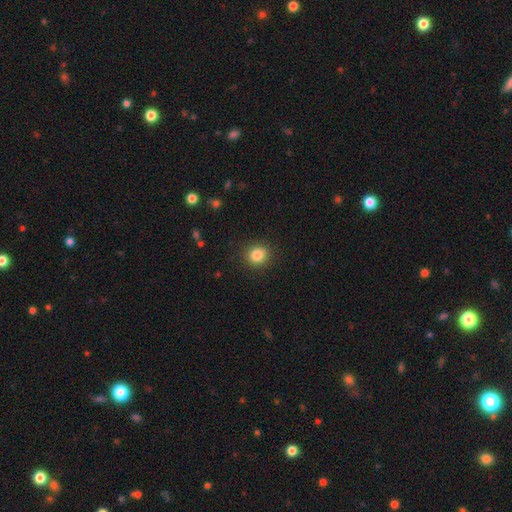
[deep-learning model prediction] smooth-or-featured: smooth: 84% | star or artifact: 11% | featured or disk: 5%
  how-rounded: round: 86% | in between: 13% | cigar-shaped: 1%
  merging: none: 91% | minor disturbance: 6% | major disturbance: 2% | merger: 1%